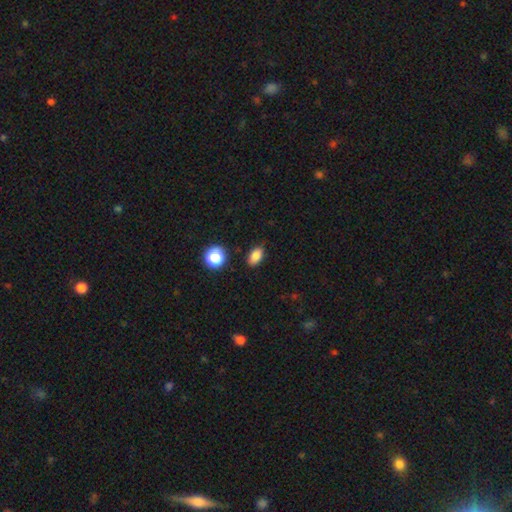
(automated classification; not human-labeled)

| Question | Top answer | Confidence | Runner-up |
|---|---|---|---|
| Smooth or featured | smooth | 84% | star or artifact (10%) |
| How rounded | in between | 85% | round (12%) |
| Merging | none | 83% | minor disturbance (12%) |